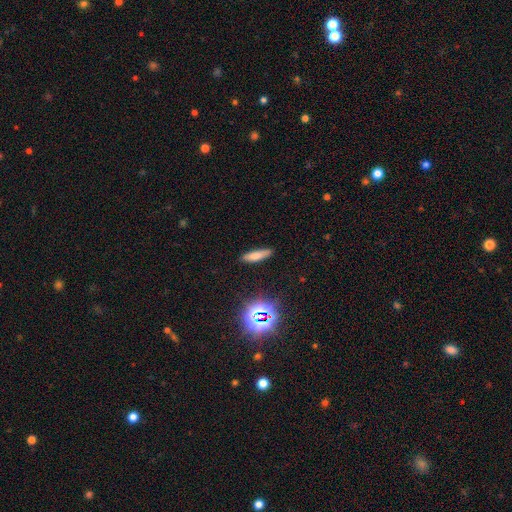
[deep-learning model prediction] This appears to be a smooth galaxy with no disk features (70%) that is cigar-shaped (65%). Merging: none (86%).